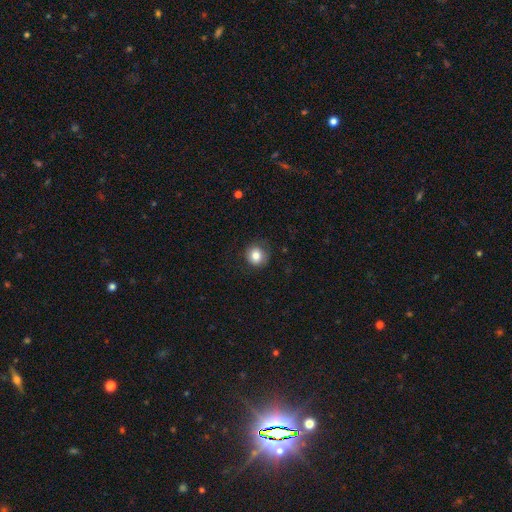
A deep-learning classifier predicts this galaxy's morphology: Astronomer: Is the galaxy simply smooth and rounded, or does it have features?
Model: smooth — 84%.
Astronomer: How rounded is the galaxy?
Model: round — 87%.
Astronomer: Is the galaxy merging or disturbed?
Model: none — 83%.